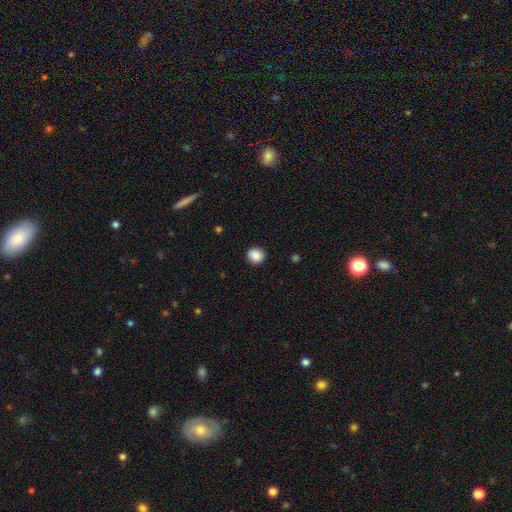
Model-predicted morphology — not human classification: Q: Smooth or featured?
A: smooth (88%); runner-up: star or artifact (9%)
Q: How rounded?
A: round (88%); runner-up: in between (11%)
Q: Merging?
A: none (91%); runner-up: minor disturbance (6%)